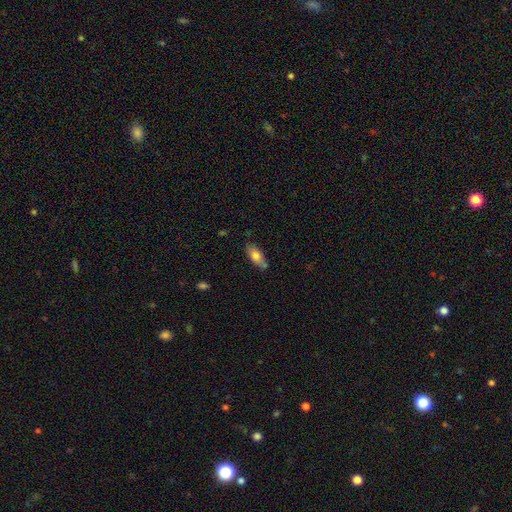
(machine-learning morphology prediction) smooth_or_featured: smooth (p=0.76) [alt: featured or disk p=0.18]
how_rounded: in between (p=0.83) [alt: cigar-shaped p=0.15]
merging: none (p=0.72) [alt: minor disturbance p=0.18]